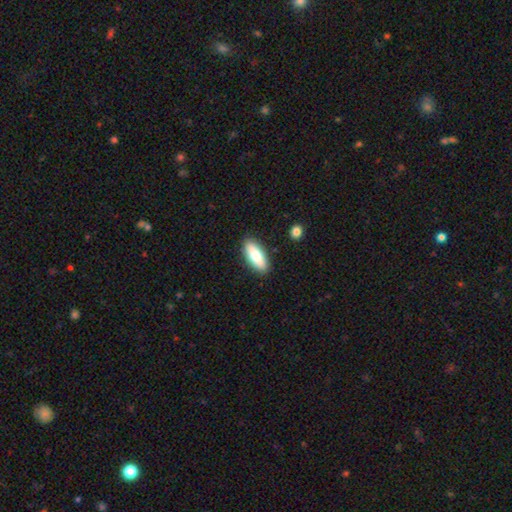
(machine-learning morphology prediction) This appears to be a smooth galaxy with no disk features (71%) that is in between round and cigar-shaped (74%). Merging: none (88%).